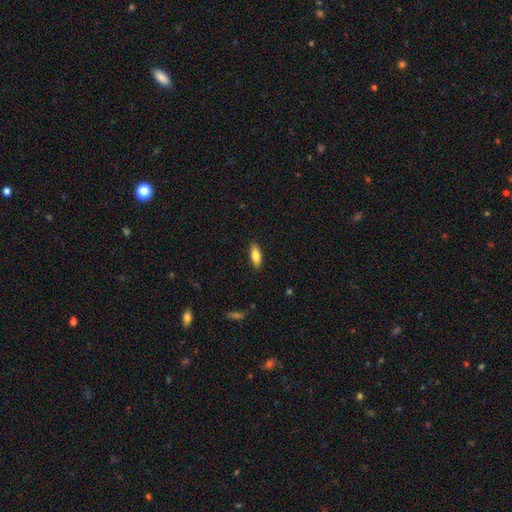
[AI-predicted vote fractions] Overall: smooth (77%). How rounded: in between (67%; cigar-shaped 31%). Merging: none (88%).